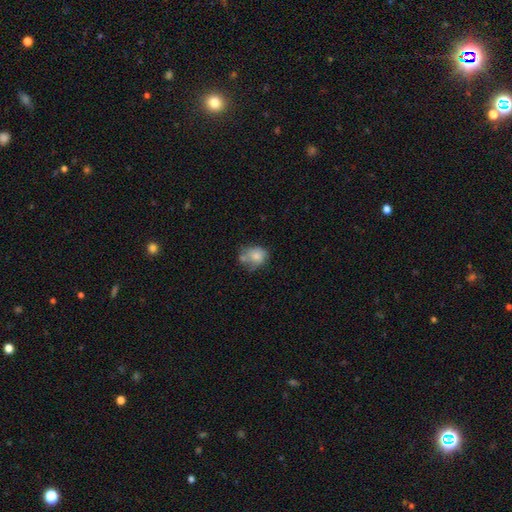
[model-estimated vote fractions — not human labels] Overall: smooth (73%). How rounded: round (60%; in between 39%). Merging: none (40%; minor disturbance 27%).